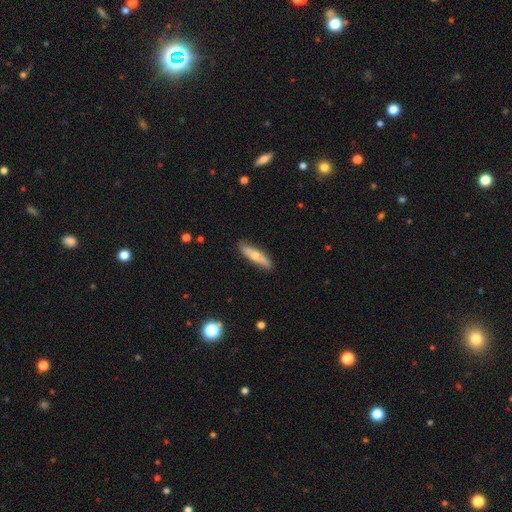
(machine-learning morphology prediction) Overall: smooth (59%; featured or disk 35%). How rounded: cigar-shaped (80%). Merging: none (86%).